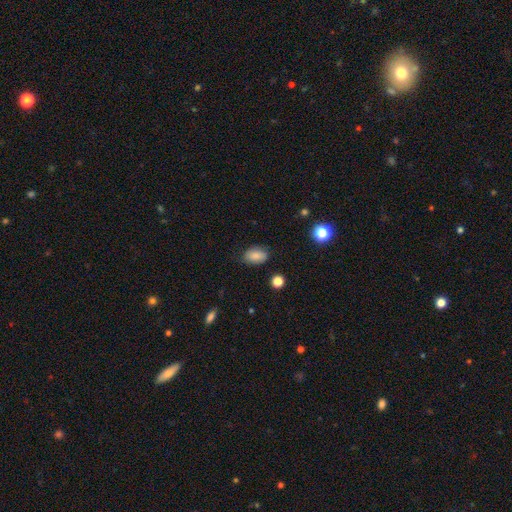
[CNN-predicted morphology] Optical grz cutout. It shows a smooth galaxy with no disk features (85%) that is in between round and cigar-shaped (87%). Merging: none (80%).